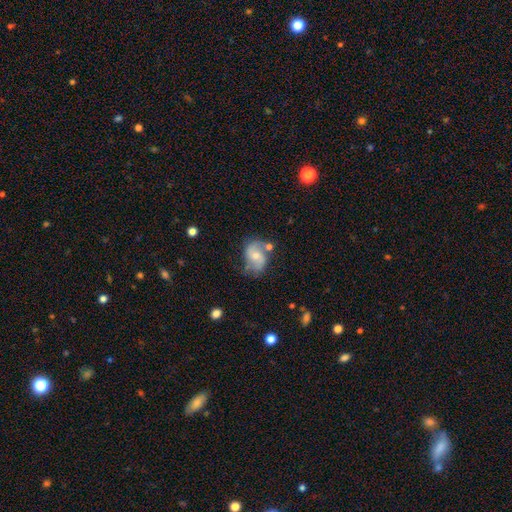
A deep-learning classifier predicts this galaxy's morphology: This is likely a featured or disk galaxy (63%). It is clearly not viewed edge-on (97%). Bar: possibly no (53%). Spiral arm pattern: clearly yes (85%). Spiral arm count: clearly 2 (86%). Spiral winding: marginally loose (44%). Central bulge: possibly moderate (48%). Merging: possibly none (54%).